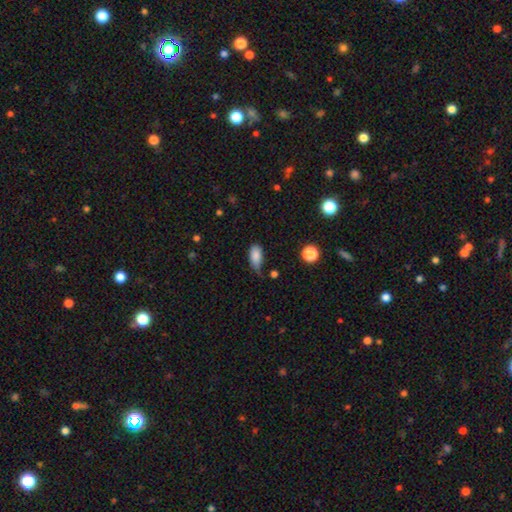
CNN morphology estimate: Smooth or featured? Predicted: smooth (p=0.85). How rounded? Predicted: in between (p=0.90). Merging? Predicted: none (p=0.42).